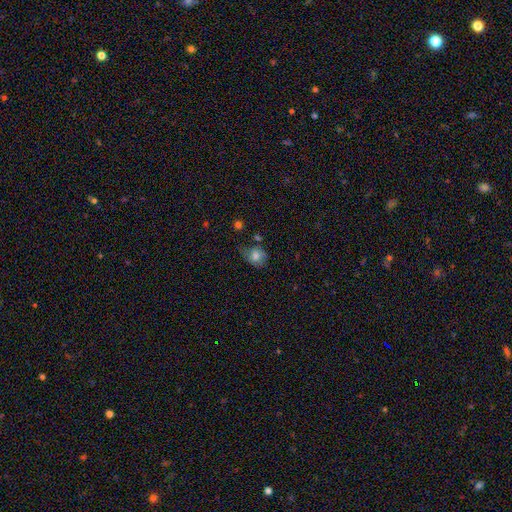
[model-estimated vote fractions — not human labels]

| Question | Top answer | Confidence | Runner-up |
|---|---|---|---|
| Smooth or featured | smooth | 72% | featured or disk (17%) |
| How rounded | round | 50% | in between (48%) |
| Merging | none | 48% | minor disturbance (34%) |